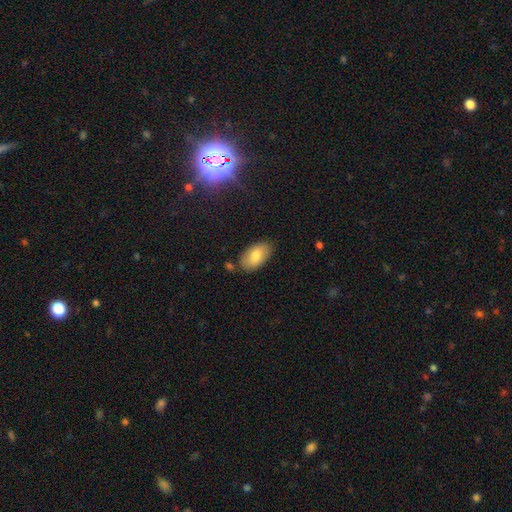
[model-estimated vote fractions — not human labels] This is likely a smooth galaxy (80%). How rounded: clearly in between (95%). Merging: clearly none (81%).